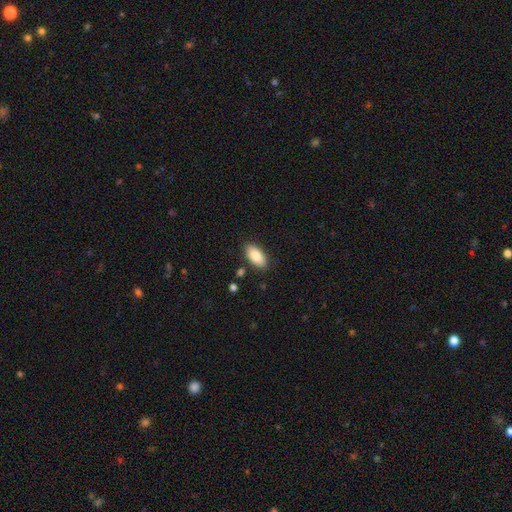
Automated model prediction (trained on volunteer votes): A smooth galaxy with no disk features (84%) that is in between round and cigar-shaped (92%).

Vote fractions:
- Smooth or featured? smooth: 84% / featured or disk: 10% / star or artifact: 7%
- How rounded? in between: 92% / cigar-shaped: 5% / round: 3%
- Merging? none: 86% / minor disturbance: 10% / major disturbance: 2% / merger: 2%